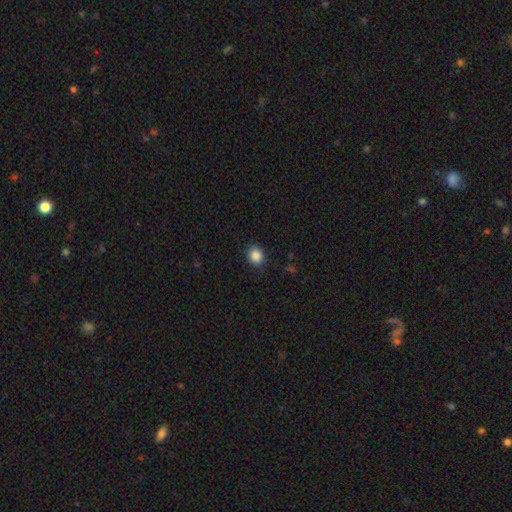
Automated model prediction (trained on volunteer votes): smooth_or_featured: smooth (p=0.87) [alt: star or artifact p=0.09]
how_rounded: round (p=0.67) [alt: in between p=0.32]
merging: none (p=0.88) [alt: minor disturbance p=0.08]